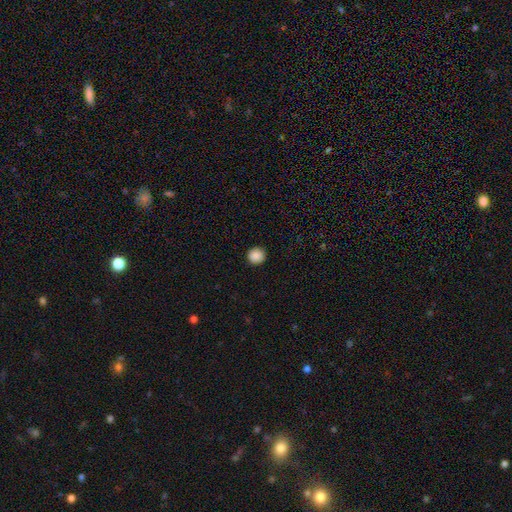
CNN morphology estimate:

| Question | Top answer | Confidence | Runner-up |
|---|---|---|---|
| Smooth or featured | smooth | 89% | star or artifact (9%) |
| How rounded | round | 95% | in between (4%) |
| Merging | none | 93% | minor disturbance (5%) |